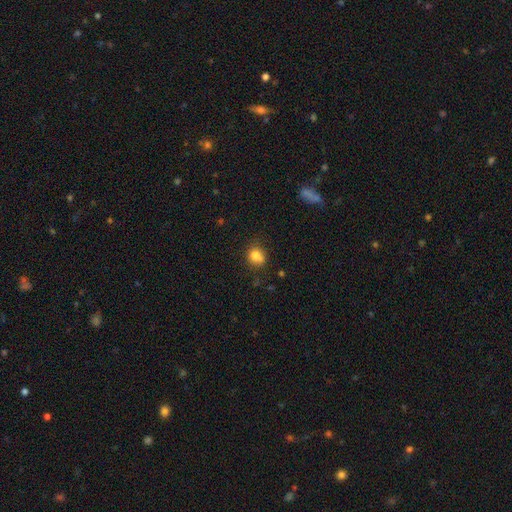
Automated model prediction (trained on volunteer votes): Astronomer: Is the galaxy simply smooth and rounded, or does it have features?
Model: smooth — 81%.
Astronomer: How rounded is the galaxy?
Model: round — 70%.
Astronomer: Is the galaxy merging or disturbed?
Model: none — 59%.